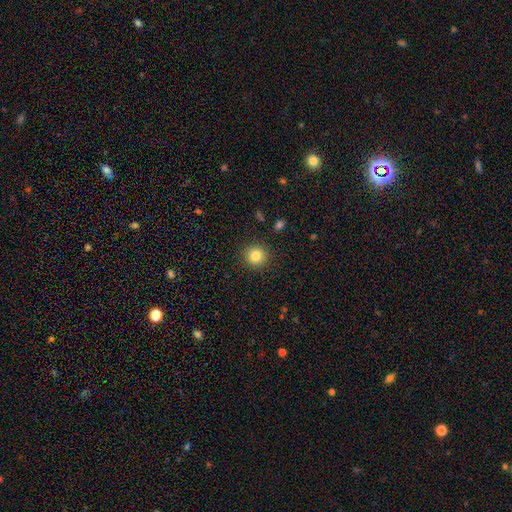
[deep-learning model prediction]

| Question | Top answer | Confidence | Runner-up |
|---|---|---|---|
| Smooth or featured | smooth | 83% | star or artifact (11%) |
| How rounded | round | 93% | in between (6%) |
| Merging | none | 91% | minor disturbance (6%) |